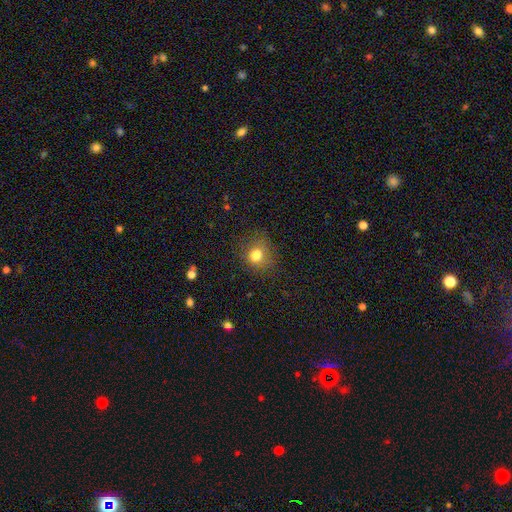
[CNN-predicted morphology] A smooth galaxy with no disk features (79%) that is round (71%). Merging: none (75%).